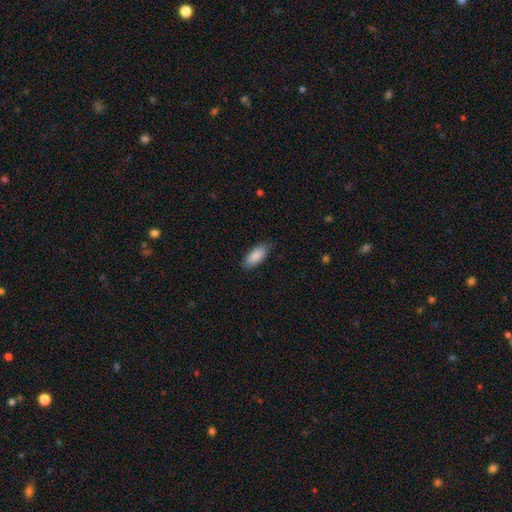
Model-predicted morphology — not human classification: smooth_or_featured: smooth (p=0.89) [alt: star or artifact p=0.06]
how_rounded: in between (p=0.83) [alt: cigar-shaped p=0.15]
merging: none (p=0.83) [alt: minor disturbance p=0.14]